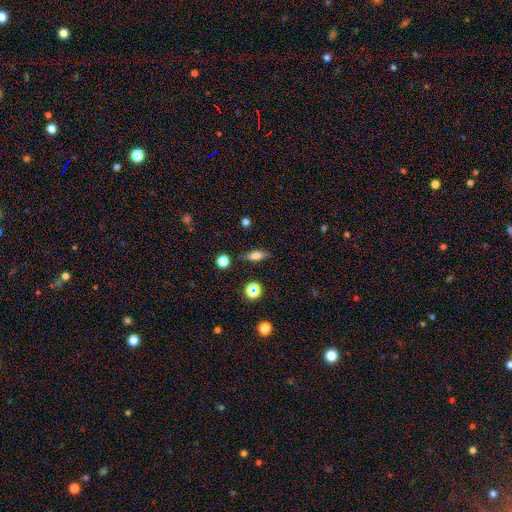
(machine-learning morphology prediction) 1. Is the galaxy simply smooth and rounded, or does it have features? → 68% smooth, 20% featured or disk, 12% star or artifact.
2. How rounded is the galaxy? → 62% in between, 30% cigar-shaped, 8% round.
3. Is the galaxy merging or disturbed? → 82% none, 12% minor disturbance, 3% major disturbance, 2% merger.